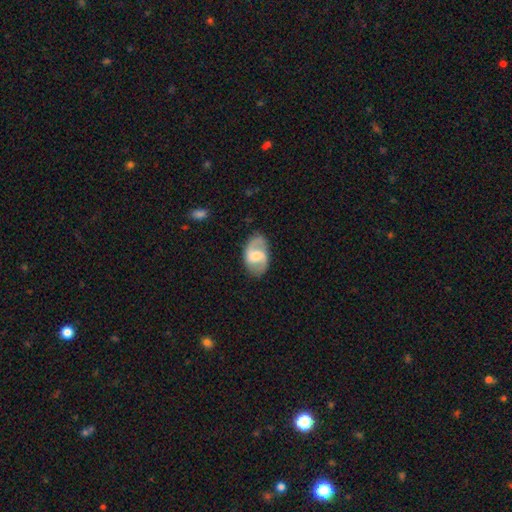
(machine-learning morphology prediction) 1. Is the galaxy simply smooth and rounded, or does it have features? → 74% featured or disk, 20% smooth, 5% star or artifact.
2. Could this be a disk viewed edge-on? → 97% no, 3% yes.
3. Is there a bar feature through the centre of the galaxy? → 54% weak, 27% no, 19% strong.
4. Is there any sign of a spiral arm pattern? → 91% yes, 9% no.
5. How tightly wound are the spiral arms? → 51% medium, 31% loose, 19% tight.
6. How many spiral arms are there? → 88% 2, 6% can't tell, 4% 1, 1% 3, 1% 4, 1% more than 4.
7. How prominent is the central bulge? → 50% moderate, 28% small, 14% large, 7% none, 2% dominant.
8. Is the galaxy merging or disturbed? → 78% none, 15% minor disturbance, 5% major disturbance, 1% merger.